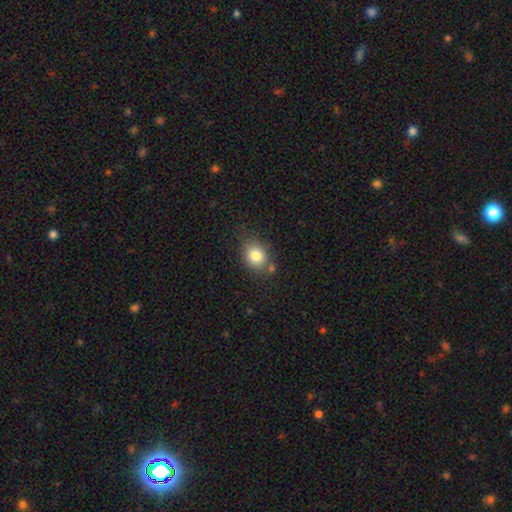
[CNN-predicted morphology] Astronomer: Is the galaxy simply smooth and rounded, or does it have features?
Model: smooth — 81%.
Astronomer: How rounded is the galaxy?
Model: in between — 50% (runner-up: round, 49%).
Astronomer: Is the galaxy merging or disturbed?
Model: none — 70%.